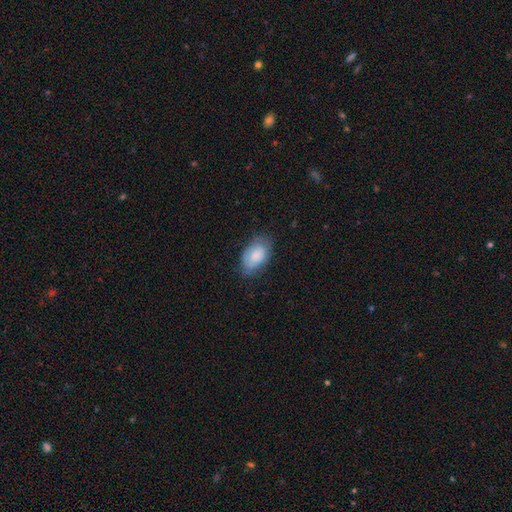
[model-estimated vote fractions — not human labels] The model was most divided on "merging": none: 64%, minor disturbance: 27%, major disturbance: 7%, merger: 1%. More confident: how rounded — in between (93%); smooth or featured — smooth (77%).